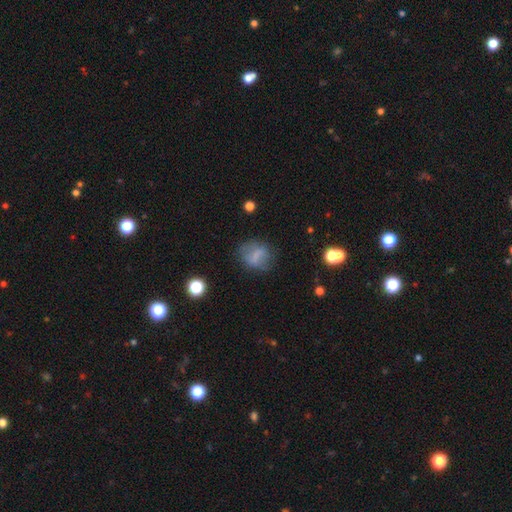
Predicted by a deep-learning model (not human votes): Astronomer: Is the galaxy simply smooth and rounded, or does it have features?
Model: smooth — 59%.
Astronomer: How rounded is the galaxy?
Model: round — 54% (runner-up: in between, 43%).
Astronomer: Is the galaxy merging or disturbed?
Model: none — 66%.